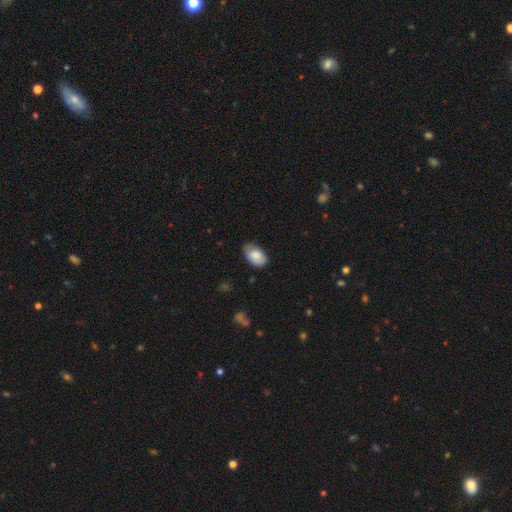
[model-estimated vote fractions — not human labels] smooth 82%, featured or disk 12%, star or artifact 6%. Down the decision tree: how rounded — in between (93%); merging — none (71%).